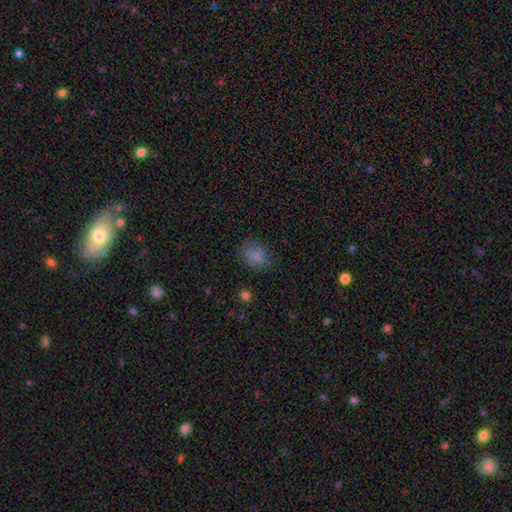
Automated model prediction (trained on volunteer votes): This appears to be a smooth galaxy with no disk features (78%) that is in between round and cigar-shaped (57%). Merging: none (74%).